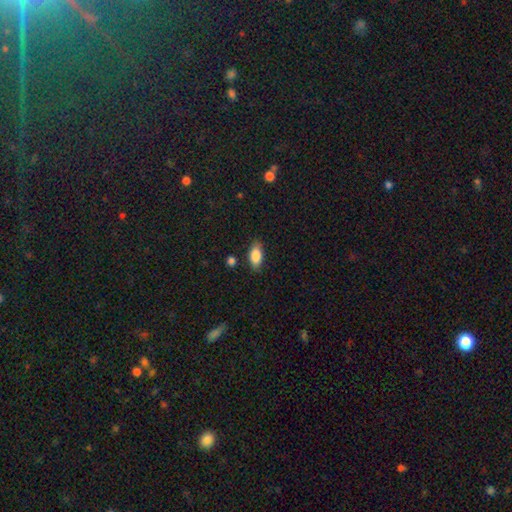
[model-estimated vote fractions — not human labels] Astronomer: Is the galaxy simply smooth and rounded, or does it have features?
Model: smooth — 84%.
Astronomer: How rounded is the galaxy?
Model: in between — 88%.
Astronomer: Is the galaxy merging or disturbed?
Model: none — 83%.